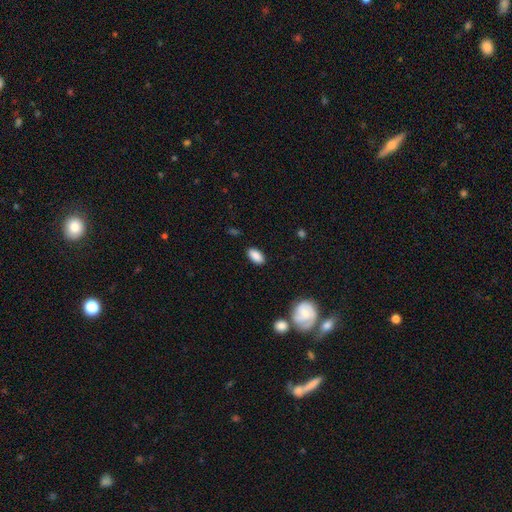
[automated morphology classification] The model was most divided on "merging": none: 86%, minor disturbance: 10%, major disturbance: 2%, merger: 2%. More confident: how rounded — in between (92%); smooth or featured — smooth (87%).